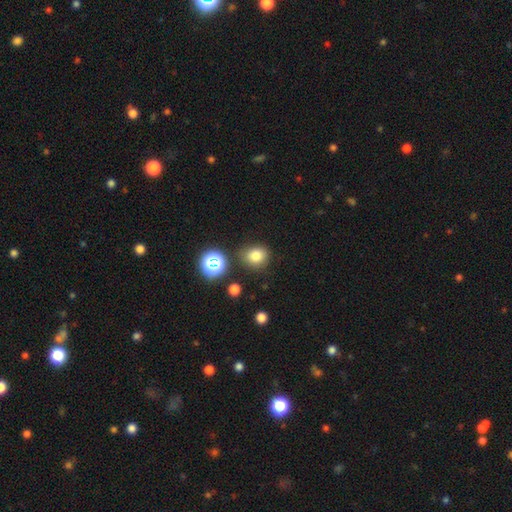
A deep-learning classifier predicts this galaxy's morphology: Overall: smooth (78%). How rounded: round (71%). Merging: none (79%).